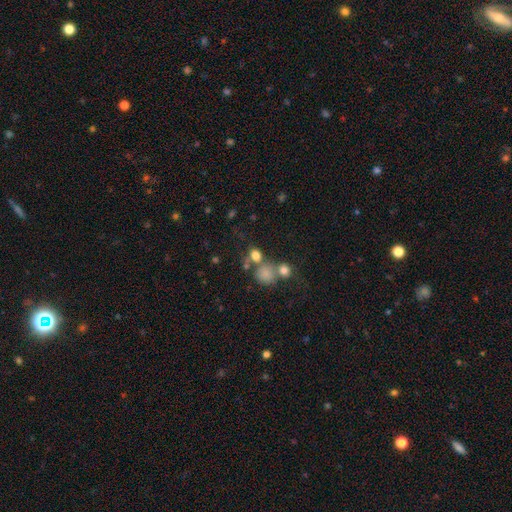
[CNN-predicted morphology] A smooth galaxy with no disk features (75%) that is round (70%).

Vote fractions:
- Smooth or featured? smooth: 75% / star or artifact: 15% / featured or disk: 9%
- How rounded? round: 70% / in between: 29% / cigar-shaped: 1%
- Merging? none: 48% / merger: 33% / minor disturbance: 11% / major disturbance: 8%